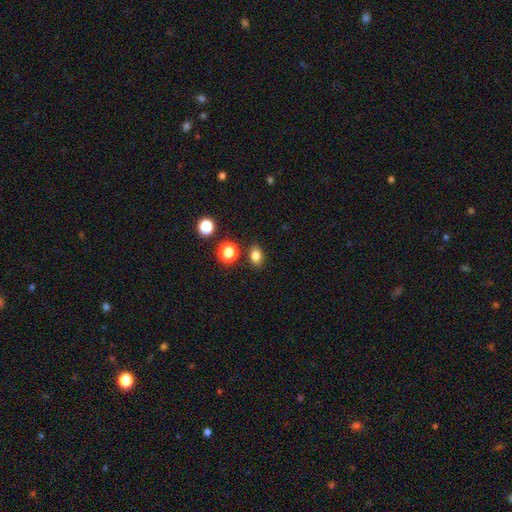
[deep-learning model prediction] Overall: smooth (81%). How rounded: in between (66%; round 33%). Merging: none (84%).